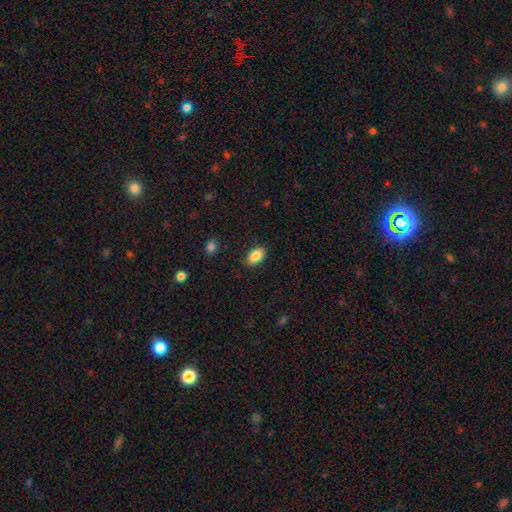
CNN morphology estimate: Smooth or featured: smooth — 86% (star or artifact — 7%)
How rounded: in between — 91% (round — 7%)
Merging: none — 87% (minor disturbance — 10%)